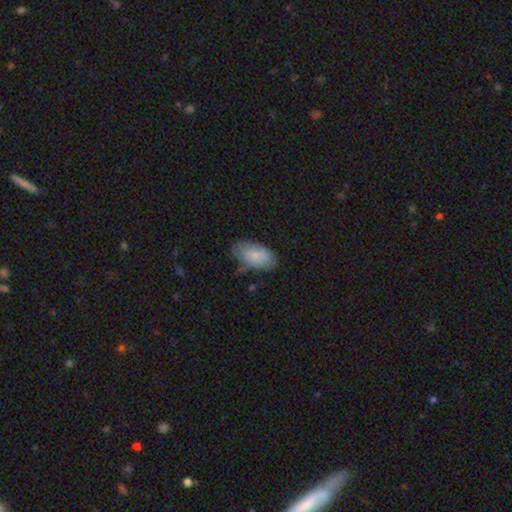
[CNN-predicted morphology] Overall: smooth (75%). How rounded: in between (94%). Merging: none (63%; minor disturbance 28%).